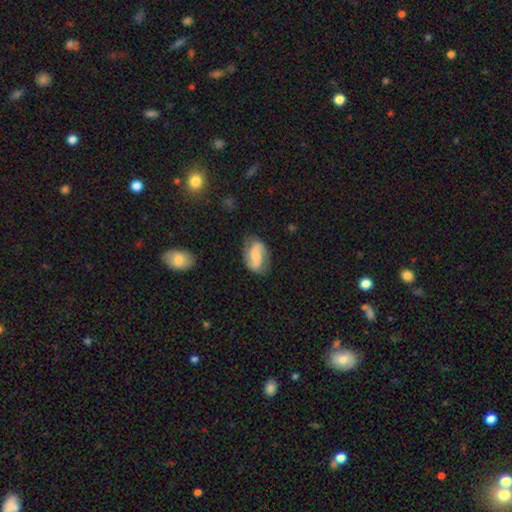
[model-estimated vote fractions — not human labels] Smooth or featured: featured or disk — 66% (smooth — 26%)
Edge-on disk: no — 97% (yes — 3%)
Bar: weak — 41% (no — 36%)
Spiral arms: yes — 93% (no — 7%)
Spiral winding: medium — 43% (loose — 39%)
Spiral arm count: 2 — 90% (can't tell — 5%)
Bulge size: none — 32% (small — 31%)
Merging: none — 74% (minor disturbance — 18%)